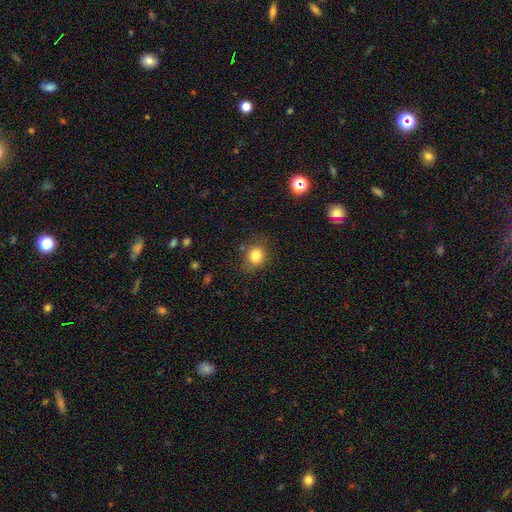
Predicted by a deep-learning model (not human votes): Overall: smooth (82%). How rounded: round (71%). Merging: none (77%).